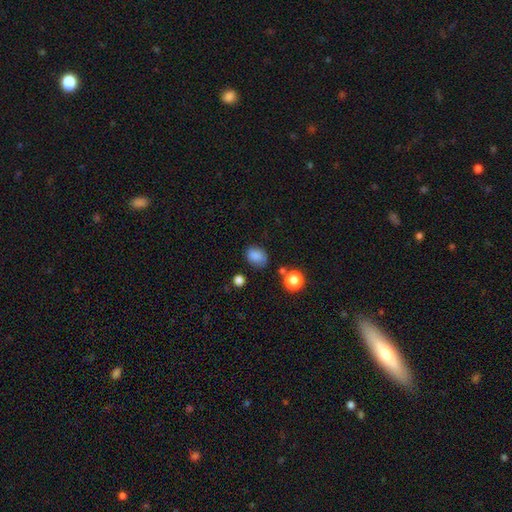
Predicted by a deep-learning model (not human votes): This is clearly a smooth galaxy (84%). How rounded: likely in between (64%). Merging: likely none (71%).